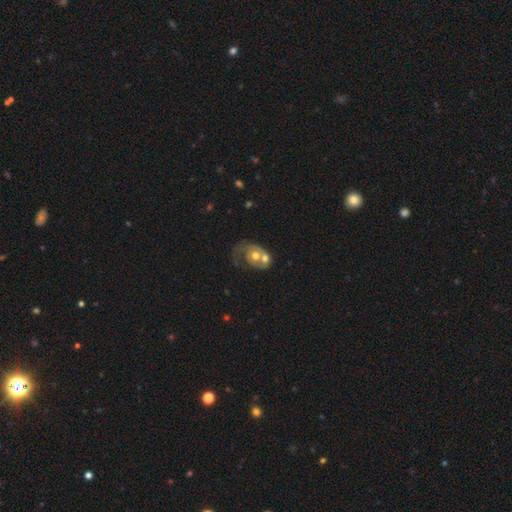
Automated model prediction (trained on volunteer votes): Smooth or featured? featured or disk (60%)
Edge-on disk? no (97%)
Bar? no (85%)
Spiral arms? yes (60%)
Bulge size? moderate (67%)
Merging? merger (53%)